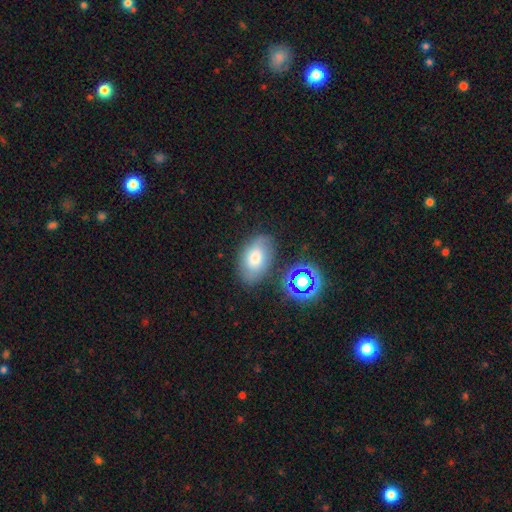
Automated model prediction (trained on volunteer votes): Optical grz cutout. It shows a smooth galaxy with no disk features (60%) that is in between round and cigar-shaped (87%). Merging: none (72%).